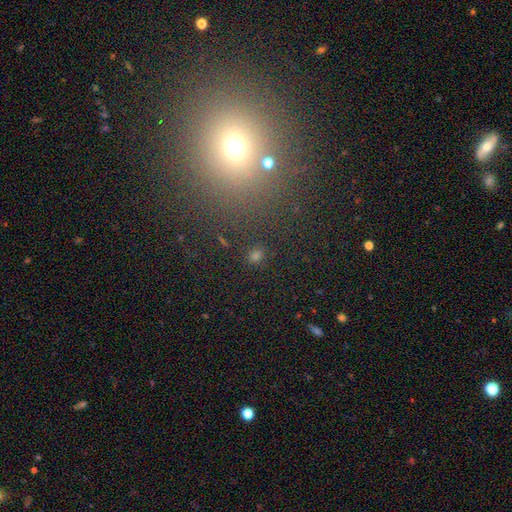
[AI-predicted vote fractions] Smooth or featured? smooth (64%)
How rounded? round (65%)
Merging? none (83%)